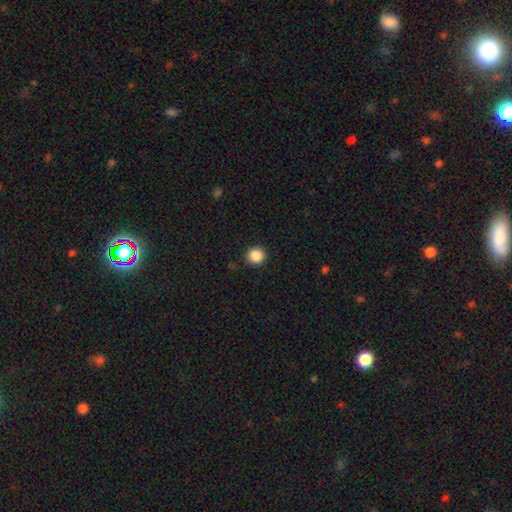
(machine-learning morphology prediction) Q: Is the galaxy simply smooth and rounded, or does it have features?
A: smooth — 88%.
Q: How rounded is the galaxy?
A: round — 94%.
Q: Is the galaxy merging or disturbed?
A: none — 92%.